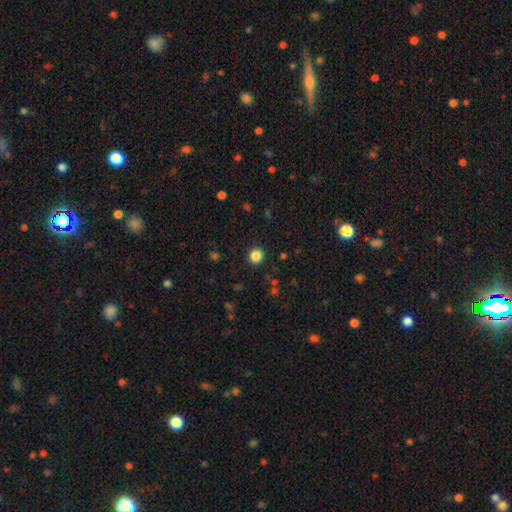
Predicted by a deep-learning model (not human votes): Smooth or featured? Predicted: smooth (p=0.85). How rounded? Predicted: round (p=0.89). Merging? Predicted: none (p=0.91).